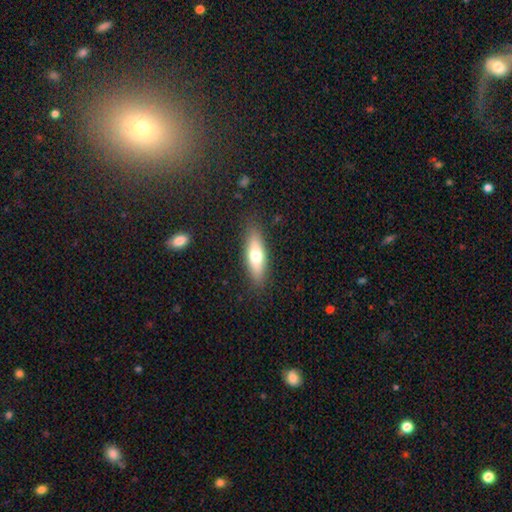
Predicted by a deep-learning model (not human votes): Smooth or featured?
  - smooth: 63% *
  - featured or disk: 31%
  - star or artifact: 7%
How rounded?
  - in between: 49% *
  - cigar-shaped: 48%
  - round: 3%
Merging?
  - none: 86% *
  - minor disturbance: 10%
  - major disturbance: 3%
  - merger: 1%